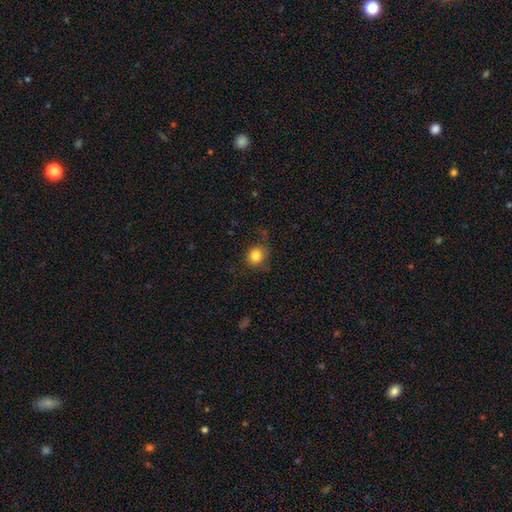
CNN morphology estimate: Smooth or featured? Predicted: smooth (p=0.82). How rounded? Predicted: round (p=0.84). Merging? Predicted: none (p=0.67).